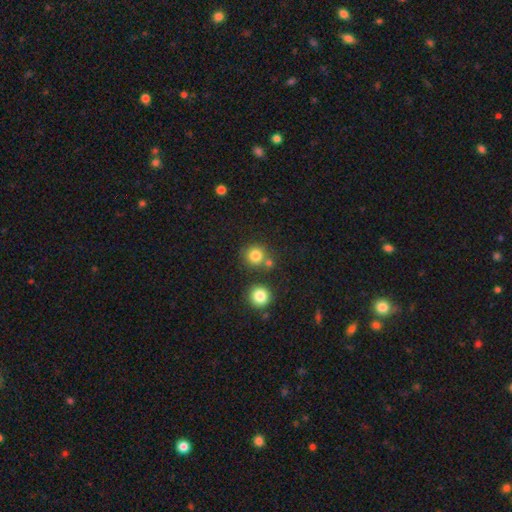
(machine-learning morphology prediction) Overall: smooth (80%). How rounded: round (92%). Merging: none (73%).